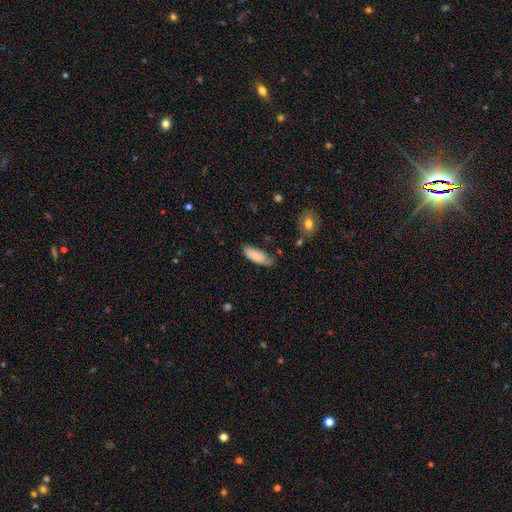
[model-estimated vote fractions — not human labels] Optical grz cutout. It shows a smooth galaxy with no disk features (85%) that is in between round and cigar-shaped (70%). Merging: none (62%).